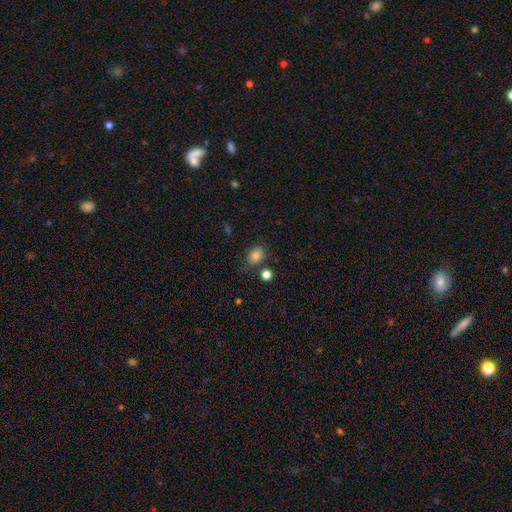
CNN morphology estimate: Smooth or featured? smooth (83%)
How rounded? in between (61%)
Merging? none (71%)